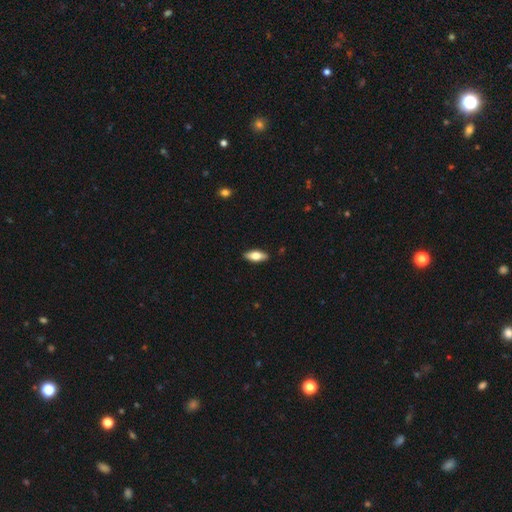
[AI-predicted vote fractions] smooth 65%, featured or disk 29%, star or artifact 6%. Down the decision tree: how rounded — in between (74%); merging — none (89%).